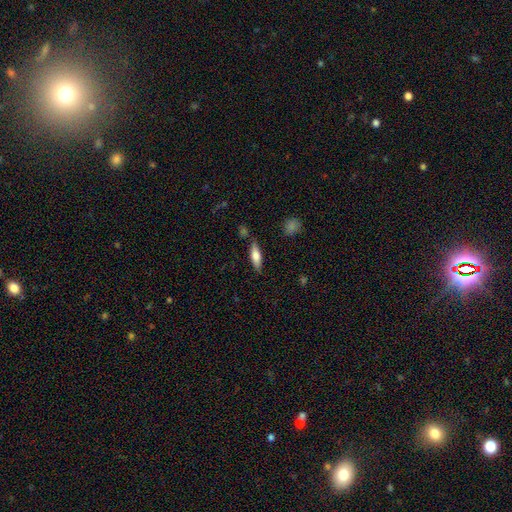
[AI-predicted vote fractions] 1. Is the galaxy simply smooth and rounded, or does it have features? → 65% smooth, 29% featured or disk, 6% star or artifact.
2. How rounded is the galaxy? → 51% cigar-shaped, 47% in between, 2% round.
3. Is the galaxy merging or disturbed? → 80% none, 13% minor disturbance, 4% merger, 3% major disturbance.